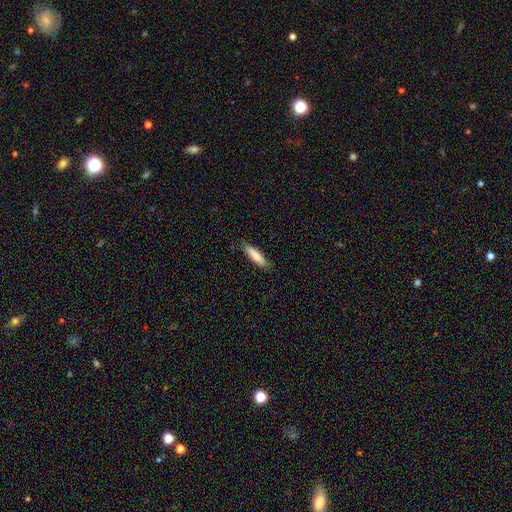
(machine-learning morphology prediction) A smooth galaxy with no disk features (84%) that is cigar-shaped (81%). Merging: none (86%).